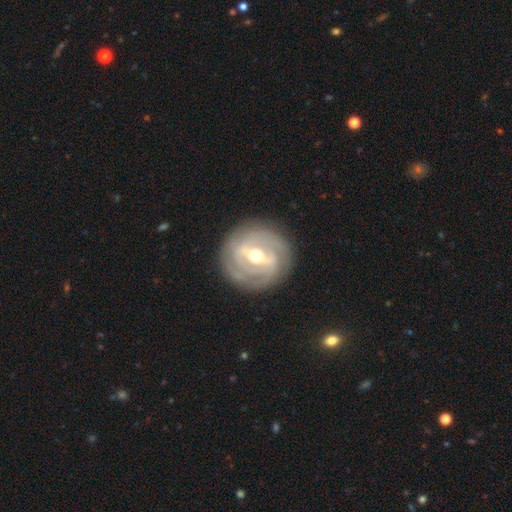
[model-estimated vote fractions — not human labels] This appears to be a featured or disk galaxy (86%) with a strong bar (51%), tight (71%) spiral arms (91%) and a moderate central bulge (69%). Merging: none (86%).